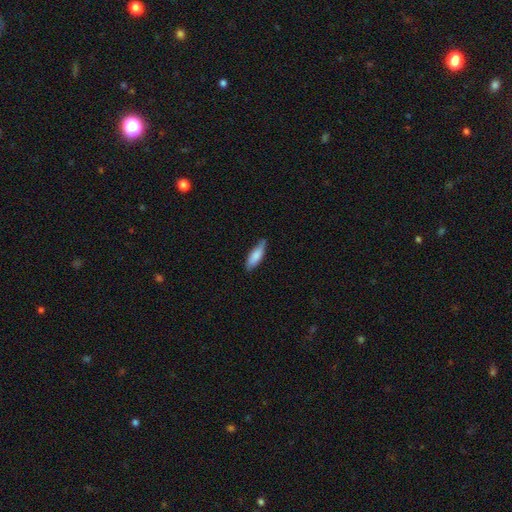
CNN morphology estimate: Q: Smooth or featured?
A: smooth (81%); runner-up: featured or disk (13%)
Q: How rounded?
A: in between (51%); runner-up: cigar-shaped (47%)
Q: Merging?
A: none (70%); runner-up: minor disturbance (25%)